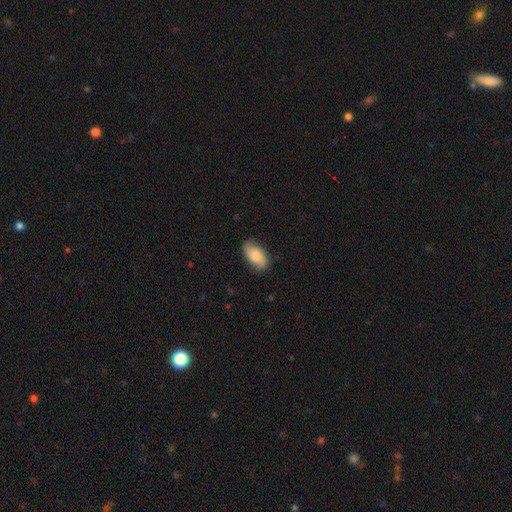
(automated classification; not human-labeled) Smooth or featured? smooth (77%)
How rounded? in between (94%)
Merging? none (78%)